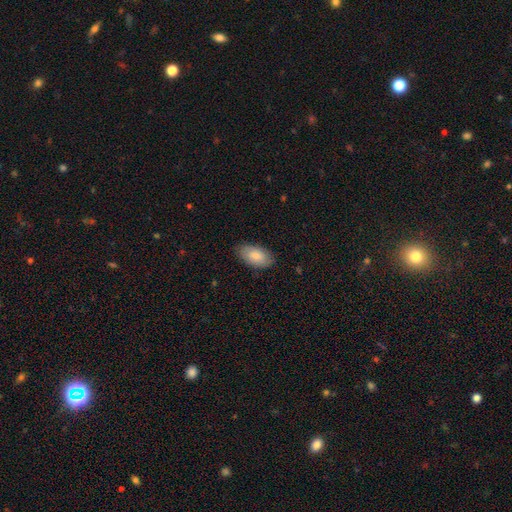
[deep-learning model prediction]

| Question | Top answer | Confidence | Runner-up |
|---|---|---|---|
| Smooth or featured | smooth | 85% | featured or disk (9%) |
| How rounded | in between | 95% | round (3%) |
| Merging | none | 85% | minor disturbance (12%) |